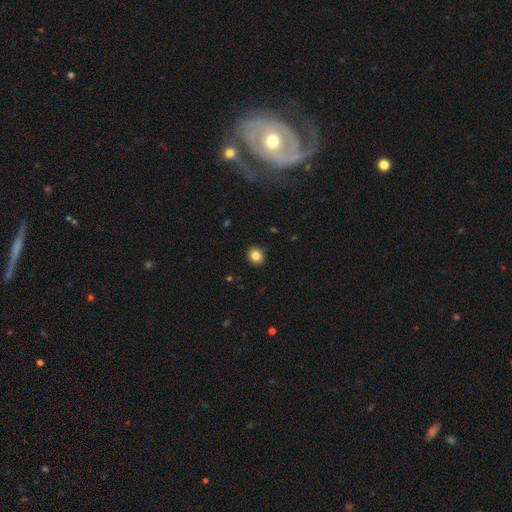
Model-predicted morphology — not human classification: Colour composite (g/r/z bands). It shows a smooth galaxy with no disk features (84%) that is round (73%). Merging: none (90%).